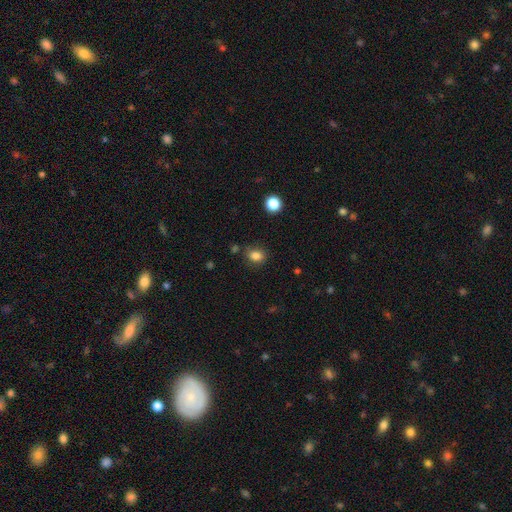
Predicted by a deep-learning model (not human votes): Smooth or featured?
  - smooth: 84% *
  - star or artifact: 12%
  - featured or disk: 5%
How rounded?
  - in between: 54% *
  - round: 45%
  - cigar-shaped: 1%
Merging?
  - none: 78% *
  - minor disturbance: 14%
  - major disturbance: 4%
  - merger: 4%